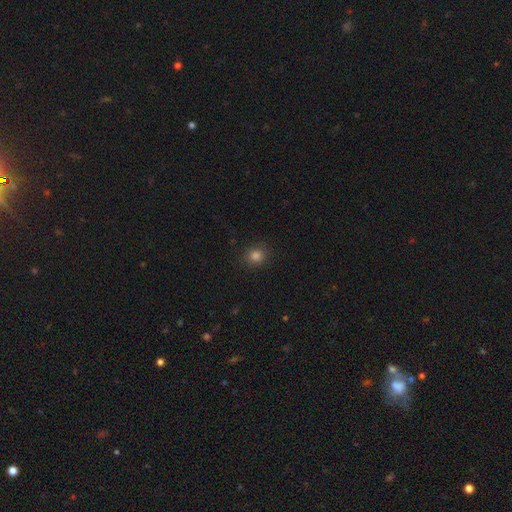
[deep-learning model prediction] A smooth galaxy with no disk features (82%) that is round (82%). Merging: none (89%).